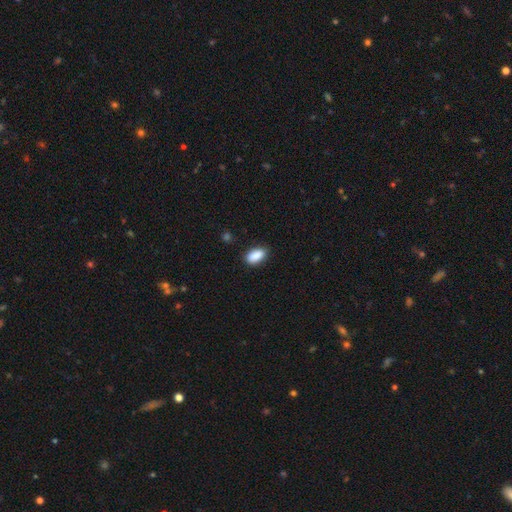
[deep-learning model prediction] Smooth or featured: smooth — 89% (star or artifact — 7%)
How rounded: in between — 91% (cigar-shaped — 5%)
Merging: none — 83% (minor disturbance — 13%)